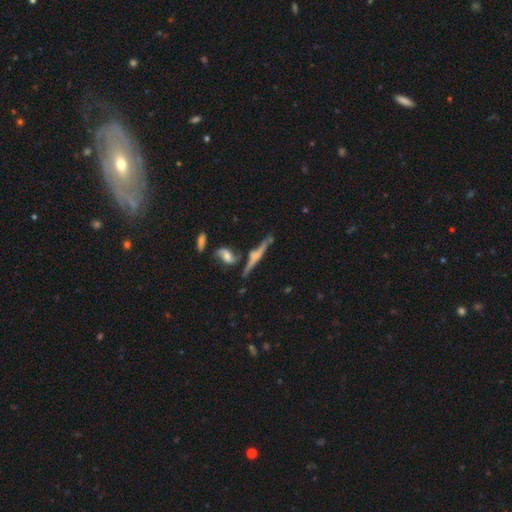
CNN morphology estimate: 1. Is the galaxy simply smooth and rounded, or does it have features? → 69% featured or disk, 24% smooth, 8% star or artifact.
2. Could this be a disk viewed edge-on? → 90% yes, 10% no.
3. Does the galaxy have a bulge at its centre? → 57% rounded, 22% none, 22% boxy.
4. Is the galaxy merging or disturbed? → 59% none, 18% merger, 17% minor disturbance, 6% major disturbance.